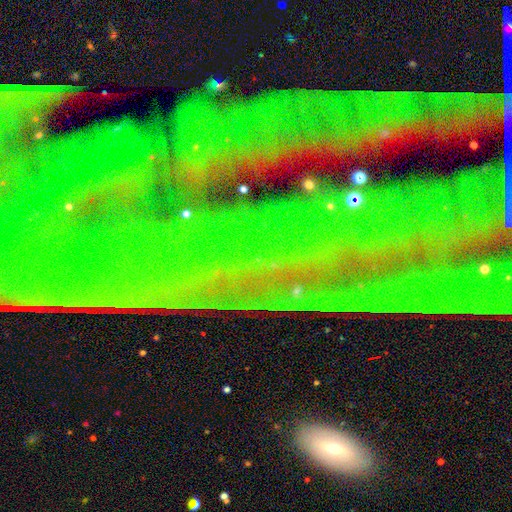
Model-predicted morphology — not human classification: A star or artifact, not a galaxy (71%).

Vote fractions:
- Smooth or featured? star or artifact: 71% / featured or disk: 17% / smooth: 13%